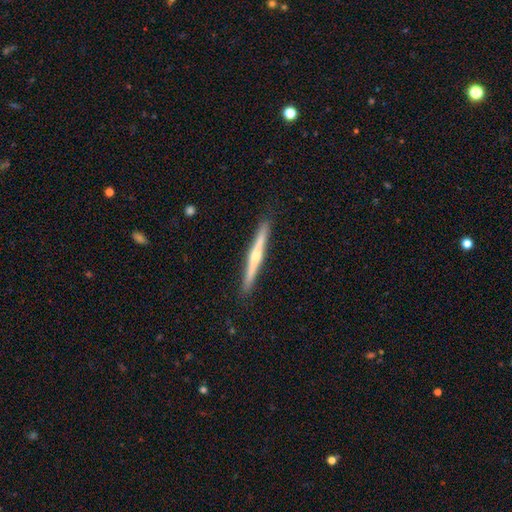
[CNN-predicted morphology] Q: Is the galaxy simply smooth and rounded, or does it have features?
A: featured or disk — 69%.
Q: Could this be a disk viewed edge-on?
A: yes — 98%.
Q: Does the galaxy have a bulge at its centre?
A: rounded — 79%.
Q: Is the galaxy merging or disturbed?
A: none — 91%.